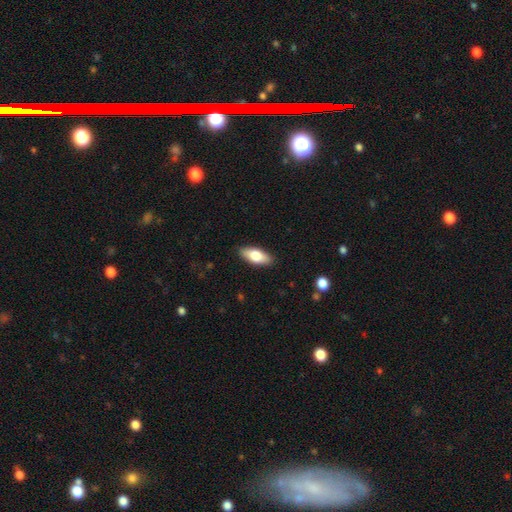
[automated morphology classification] smooth-or-featured: smooth: 74% | featured or disk: 20% | star or artifact: 6%
  how-rounded: in between: 82% | cigar-shaped: 16% | round: 2%
  merging: none: 88% | minor disturbance: 9% | major disturbance: 2% | merger: 1%